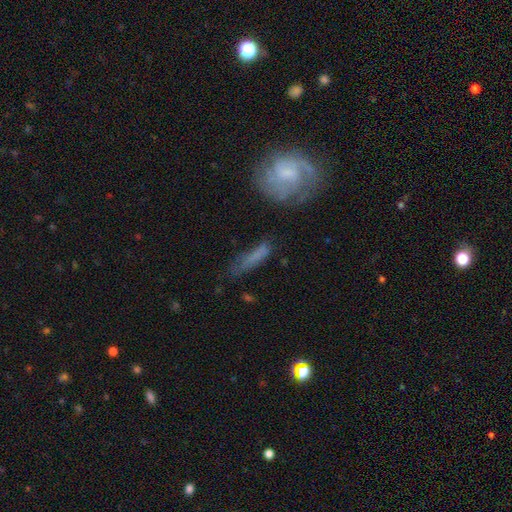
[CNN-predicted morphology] Smooth or featured: smooth — 52% (featured or disk — 36%)
How rounded: cigar-shaped — 72% (in between — 23%)
Merging: none — 60% (minor disturbance — 22%)